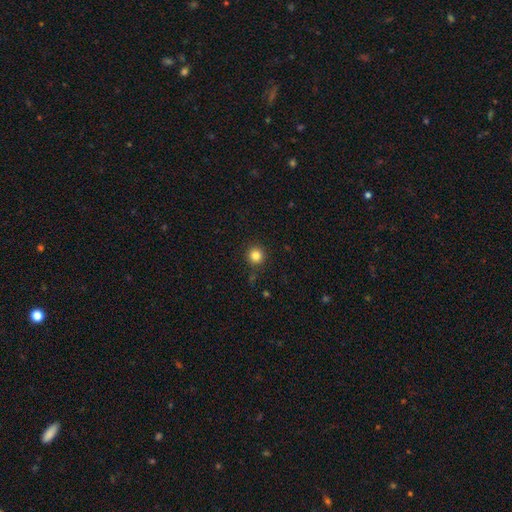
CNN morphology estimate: type=smooth (84%); roundness=round (94%); merging=none (88%).